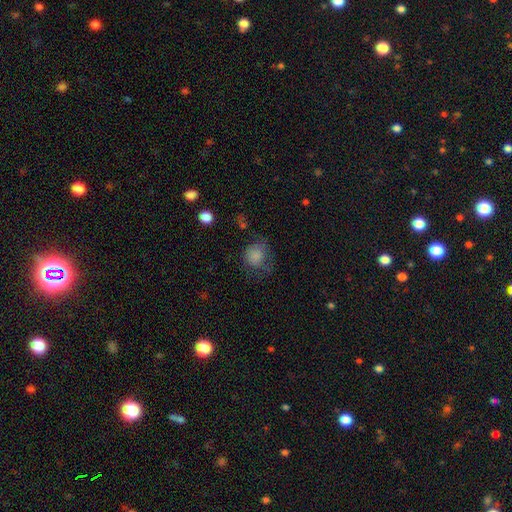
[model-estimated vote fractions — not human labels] smooth_or_featured: smooth (p=0.81) [alt: star or artifact p=0.10]
how_rounded: round (p=0.76) [alt: in between p=0.23]
merging: none (p=0.51) [alt: minor disturbance p=0.27]